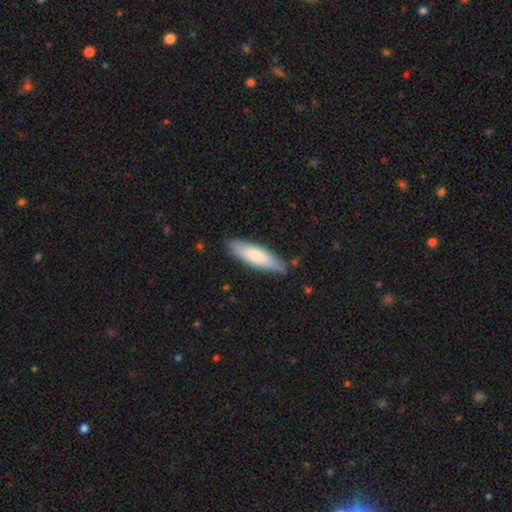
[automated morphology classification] A smooth galaxy with no disk features (76%) that is cigar-shaped (60%). Merging: none (83%).